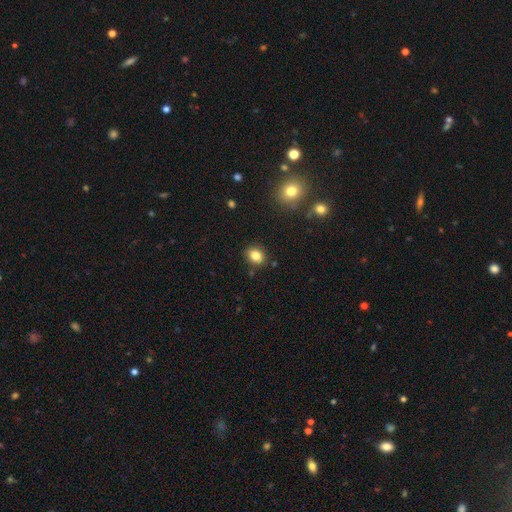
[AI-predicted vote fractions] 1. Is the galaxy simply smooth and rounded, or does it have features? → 83% smooth, 11% star or artifact, 6% featured or disk.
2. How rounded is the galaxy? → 53% in between, 46% round, 1% cigar-shaped.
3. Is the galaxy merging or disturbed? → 86% none, 9% minor disturbance, 3% merger, 2% major disturbance.